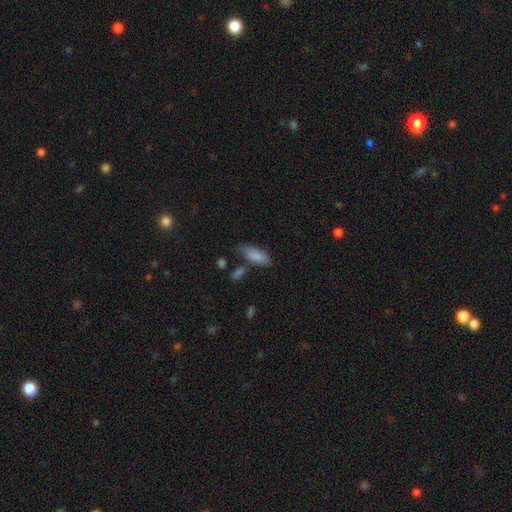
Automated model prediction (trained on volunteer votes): A smooth galaxy with no disk features (84%) that is in between round and cigar-shaped (80%). Merging: none (60%).